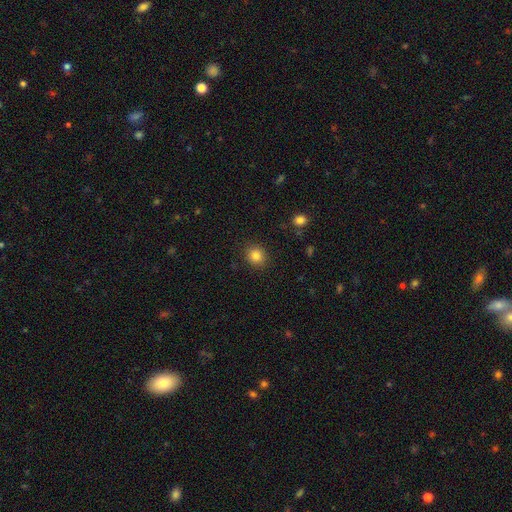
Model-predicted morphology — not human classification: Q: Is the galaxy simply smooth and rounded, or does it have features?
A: smooth — 84%.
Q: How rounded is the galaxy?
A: round — 83%.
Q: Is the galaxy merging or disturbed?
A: none — 89%.